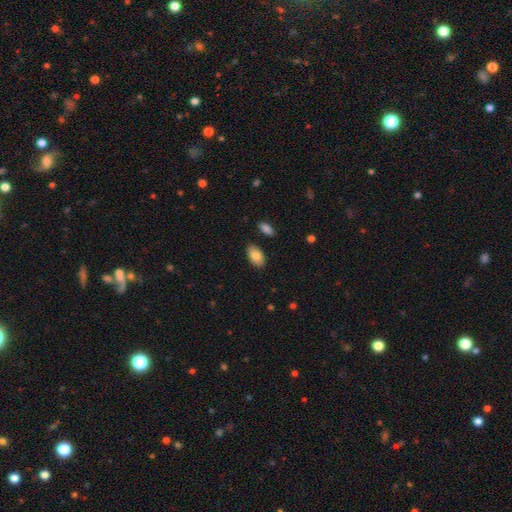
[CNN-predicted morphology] A smooth galaxy with no disk features (84%) that is in between round and cigar-shaped (94%). Merging: none (86%).